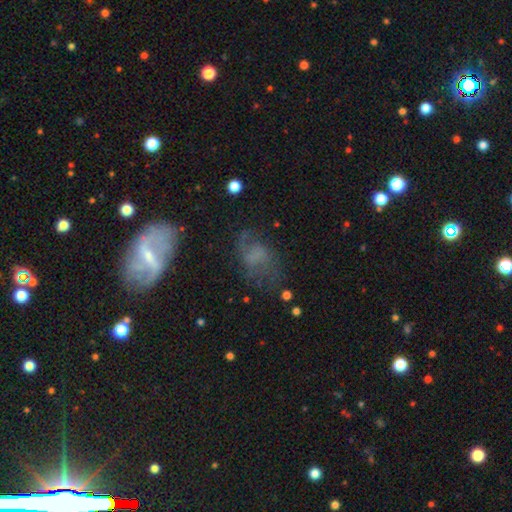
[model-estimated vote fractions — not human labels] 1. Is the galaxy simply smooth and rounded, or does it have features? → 49% featured or disk, 35% smooth, 15% star or artifact.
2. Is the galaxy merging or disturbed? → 47% none, 25% major disturbance, 23% minor disturbance, 5% merger.